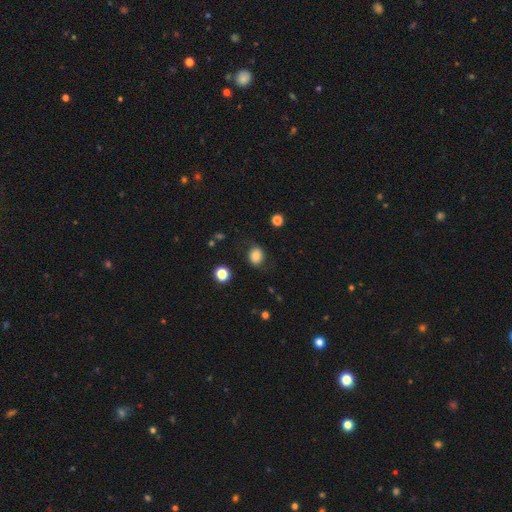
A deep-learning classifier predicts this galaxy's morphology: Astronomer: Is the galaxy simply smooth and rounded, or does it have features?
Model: smooth — 78%.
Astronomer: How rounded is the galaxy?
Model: round — 56% (runner-up: in between, 43%).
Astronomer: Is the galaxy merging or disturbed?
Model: none — 74%.